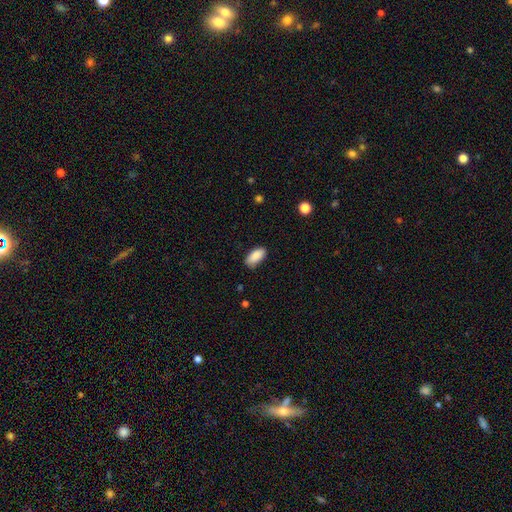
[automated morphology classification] smooth 89%, star or artifact 7%, featured or disk 4%. Down the decision tree: how rounded — in between (91%); merging — none (79%).